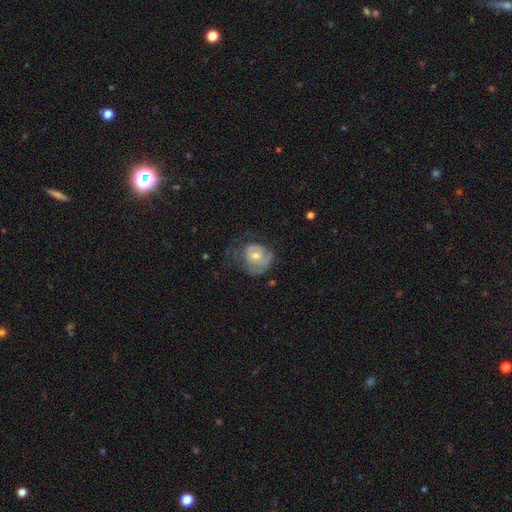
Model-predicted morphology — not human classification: A featured or disk galaxy (53%) with no bar (70%), spiral arms (64%) and a moderate central bulge (58%).

Vote fractions:
- Smooth or featured? featured or disk: 53% / smooth: 40% / star or artifact: 7%
- Edge-on disk? no: 97% / yes: 3%
- Bar? no: 70% / weak: 26% / strong: 5%
- Spiral arms? yes: 64% / no: 36%
- Bulge size? moderate: 58% / small: 35% / large: 4% / none: 2% / dominant: 1%
- Merging? none: 41% / major disturbance: 29% / minor disturbance: 28% / merger: 2%